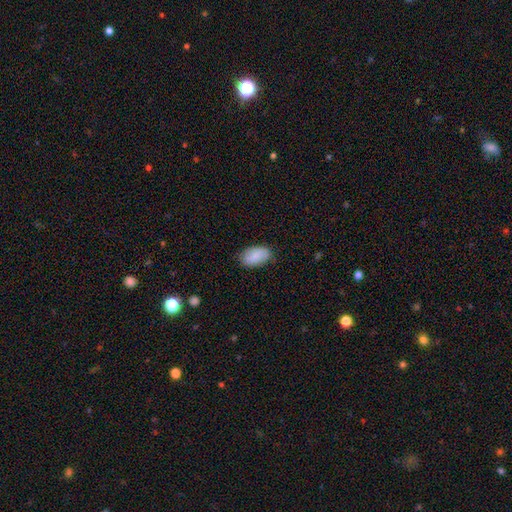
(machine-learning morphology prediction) Smooth or featured? Predicted: smooth (p=0.87). How rounded? Predicted: in between (p=0.94). Merging? Predicted: none (p=0.80).